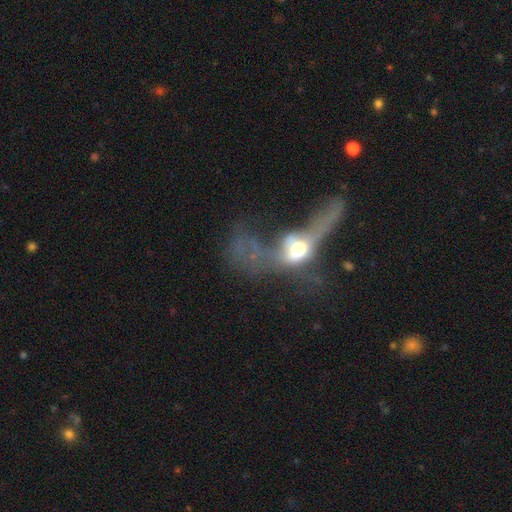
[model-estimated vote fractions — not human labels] Q: Smooth or featured?
A: featured or disk (56%); runner-up: smooth (27%)
Q: Edge-on disk?
A: no (66%); runner-up: yes (34%)
Q: Merging?
A: major disturbance (51%); runner-up: merger (25%)